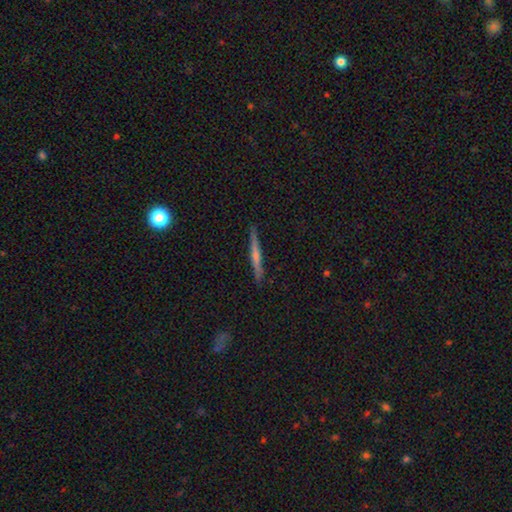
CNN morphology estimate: The model was most divided on "edge-on bulge": rounded: 62%, none: 29%, boxy: 9%. More confident: edge-on disk — yes (97%); merging — none (91%); smooth or featured — featured or disk (64%).